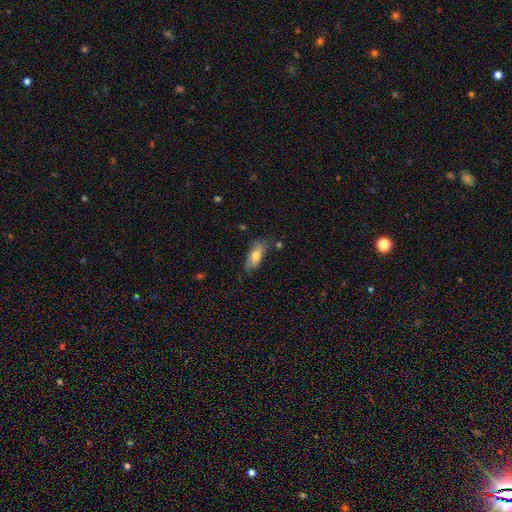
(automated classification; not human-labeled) Smooth or featured: smooth — 70% (featured or disk — 24%)
How rounded: in between — 80% (cigar-shaped — 17%)
Merging: none — 68% (minor disturbance — 23%)